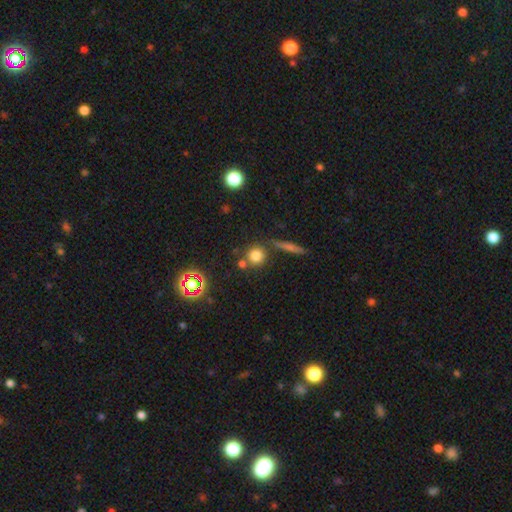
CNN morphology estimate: Q: Smooth or featured?
A: smooth (75%); runner-up: star or artifact (16%)
Q: How rounded?
A: round (90%); runner-up: in between (8%)
Q: Merging?
A: none (73%); runner-up: merger (14%)